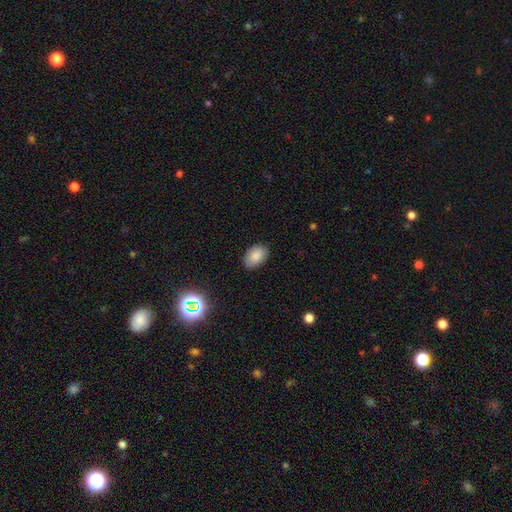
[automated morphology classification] Smooth or featured: smooth — 85% (star or artifact — 9%)
How rounded: in between — 88% (round — 11%)
Merging: none — 86% (minor disturbance — 11%)